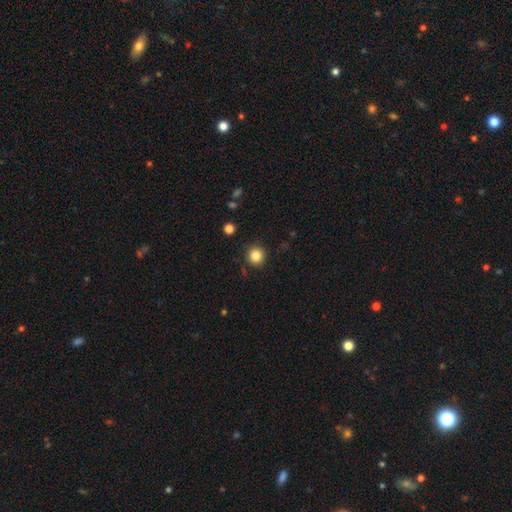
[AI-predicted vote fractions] Smooth or featured? smooth (84%)
How rounded? round (94%)
Merging? none (90%)